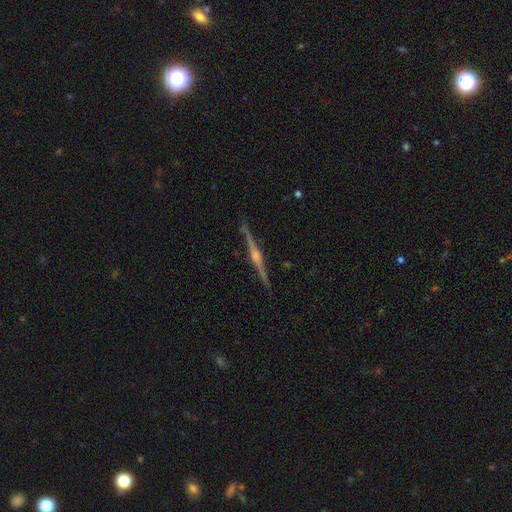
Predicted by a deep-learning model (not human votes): A featured or disk galaxy (89%) viewed edge-on (99%) with a rounded central bulge (89%). Merging: none (91%).